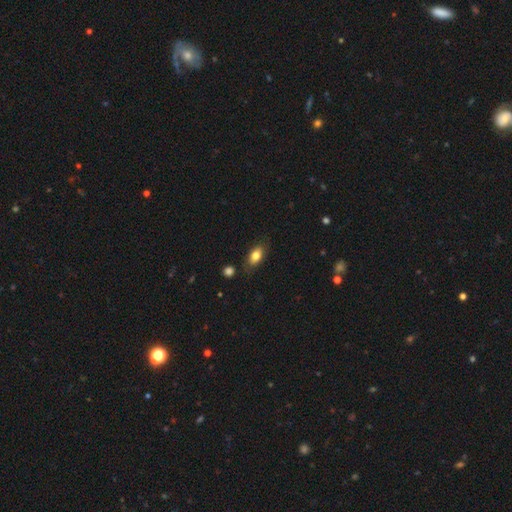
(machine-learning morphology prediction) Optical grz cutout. It shows a smooth galaxy with no disk features (80%) that is in between round and cigar-shaped (88%). Merging: none (77%).